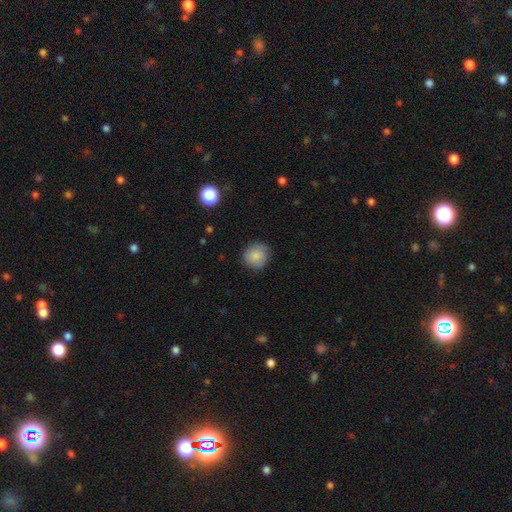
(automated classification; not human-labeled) smooth-or-featured: smooth: 86% | star or artifact: 8% | featured or disk: 6%
  how-rounded: round: 92% | in between: 7% | cigar-shaped: 1%
  merging: none: 85% | minor disturbance: 11% | major disturbance: 2% | merger: 1%